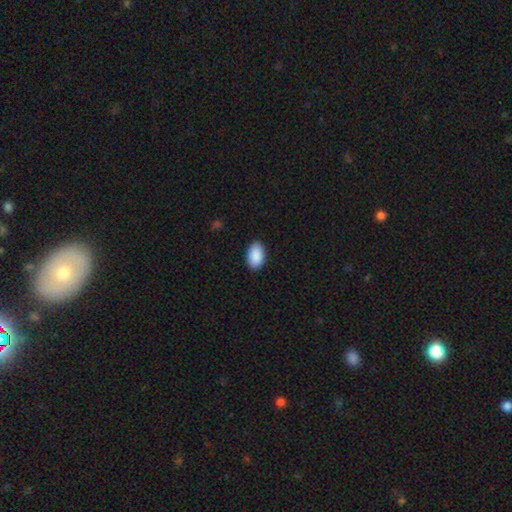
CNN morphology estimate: Smooth or featured?
  - smooth: 91% *
  - star or artifact: 6%
  - featured or disk: 3%
How rounded?
  - in between: 93% *
  - round: 5%
  - cigar-shaped: 1%
Merging?
  - none: 89% *
  - minor disturbance: 8%
  - major disturbance: 2%
  - merger: 1%